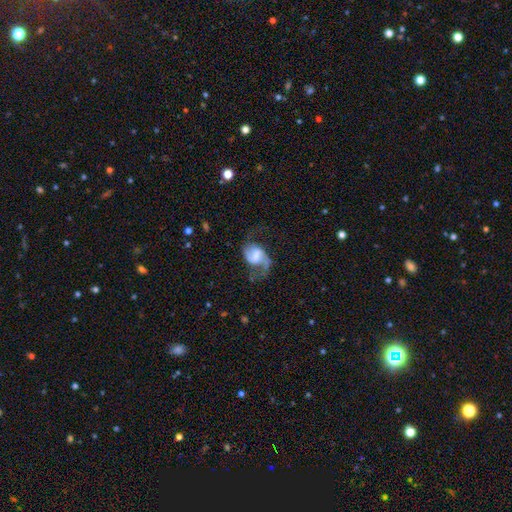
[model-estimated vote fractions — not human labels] Morphology: type=featured or disk (77%); edge-on=no (98%); bar=weak (52%); spiral arms=yes (93%); winding=loose (48%); arm count=2 (87%); bulge=moderate (35%); merging=none (53%).